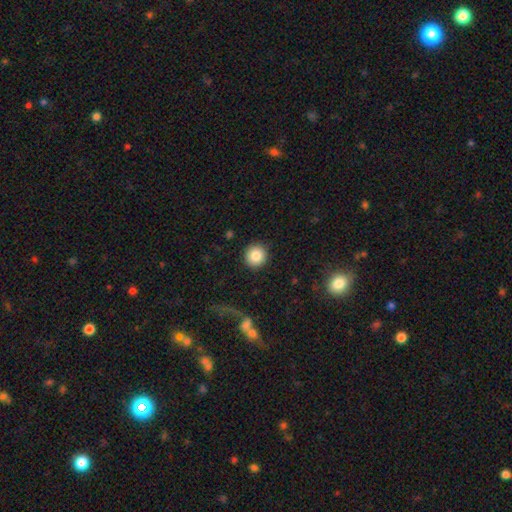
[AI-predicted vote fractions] Morphology: type=smooth (86%); roundness=round (94%); merging=none (91%).